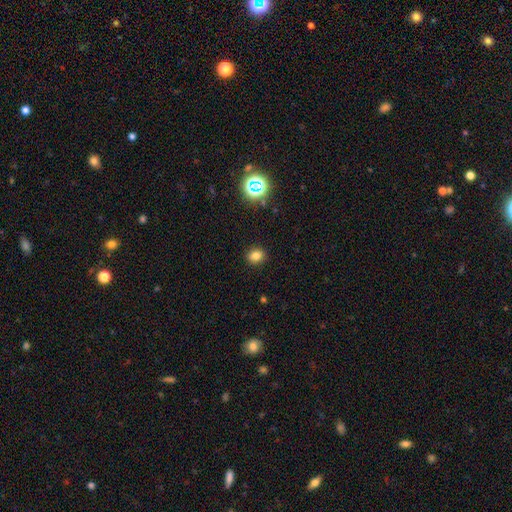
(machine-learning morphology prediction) smooth-or-featured: smooth: 78% | star or artifact: 15% | featured or disk: 6%
  how-rounded: round: 56% | in between: 43% | cigar-shaped: 1%
  merging: none: 89% | minor disturbance: 7% | major disturbance: 2% | merger: 1%